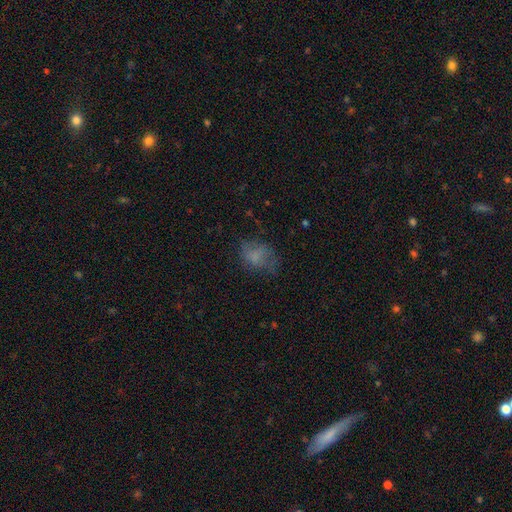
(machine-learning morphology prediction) Smooth or featured: smooth — 62% (featured or disk — 23%)
How rounded: in between — 62% (round — 36%)
Merging: none — 52% (minor disturbance — 24%)